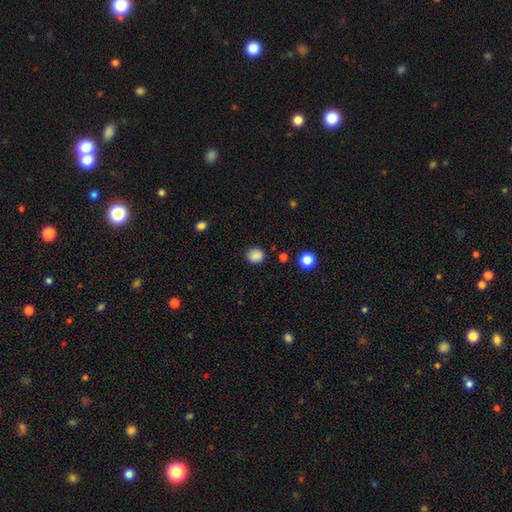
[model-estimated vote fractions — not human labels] Q: Smooth or featured?
A: smooth (86%); runner-up: star or artifact (11%)
Q: How rounded?
A: round (74%); runner-up: in between (25%)
Q: Merging?
A: none (85%); runner-up: minor disturbance (11%)